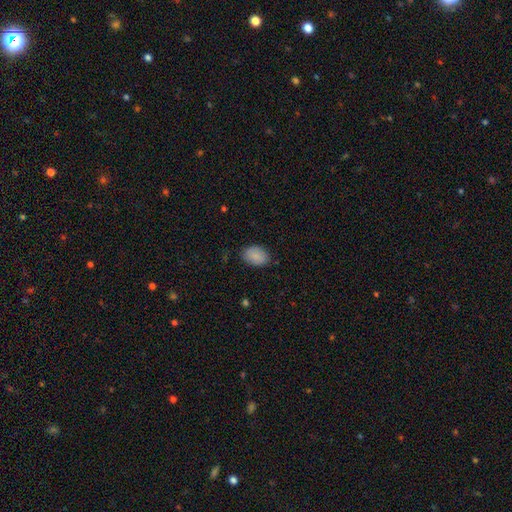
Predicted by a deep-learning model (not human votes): The model was most divided on "how rounded": in between: 82%, round: 17%, cigar-shaped: 1%. More confident: smooth or featured — smooth (88%); merging — none (84%).